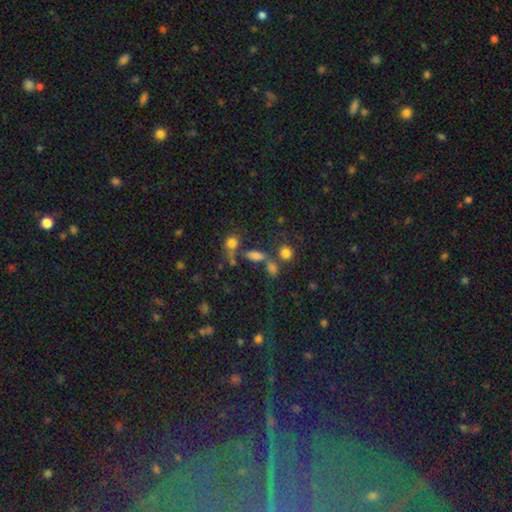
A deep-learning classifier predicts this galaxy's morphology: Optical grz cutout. It shows a smooth galaxy with no disk features (70%) that is in between round and cigar-shaped (65%). Merging: none (51%).